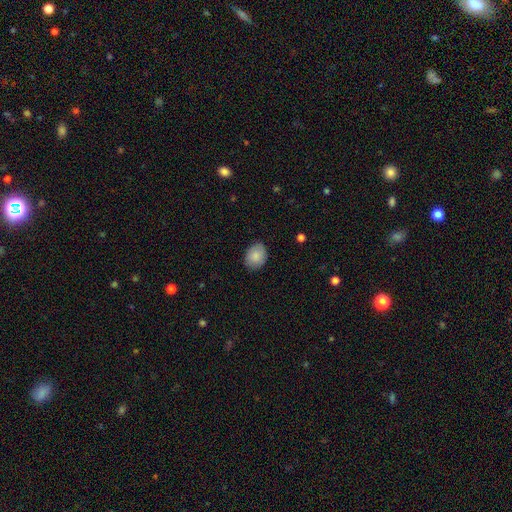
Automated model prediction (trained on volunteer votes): Smooth or featured: smooth — 86% (star or artifact — 7%)
How rounded: in between — 67% (round — 32%)
Merging: none — 83% (minor disturbance — 13%)